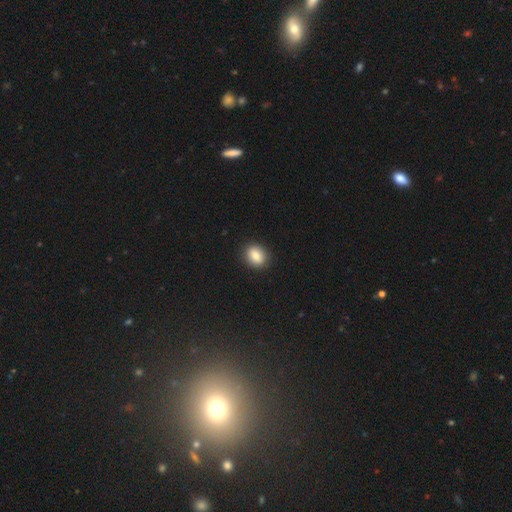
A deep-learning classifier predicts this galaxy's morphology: smooth_or_featured: smooth (p=0.84) [alt: star or artifact p=0.08]
how_rounded: in between (p=0.54) [alt: round p=0.44]
merging: none (p=0.90) [alt: minor disturbance p=0.07]